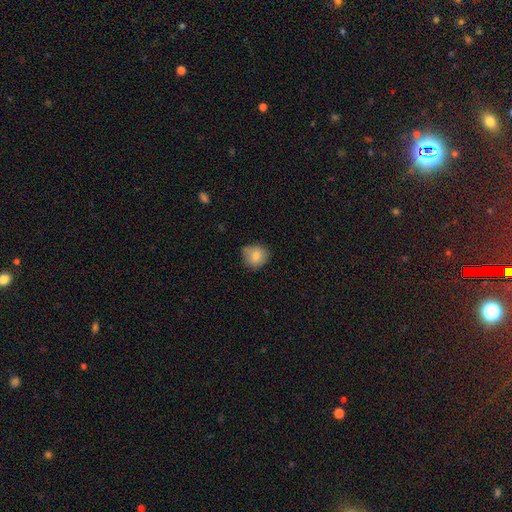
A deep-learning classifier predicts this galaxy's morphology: smooth 81%, featured or disk 11%, star or artifact 9%. Down the decision tree: how rounded — round (77%); merging — none (67%).